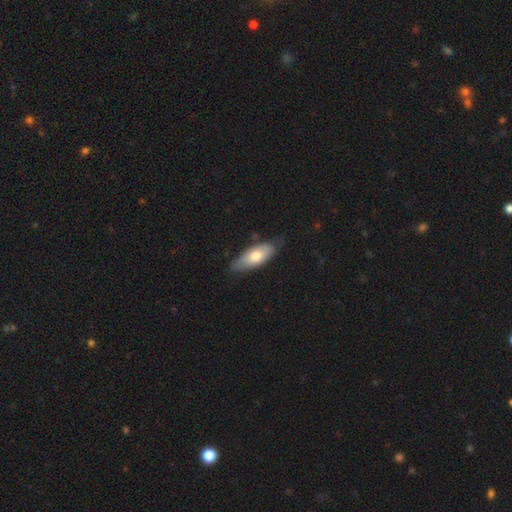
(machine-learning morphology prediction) The model was most divided on "smooth or featured": smooth: 70%, featured or disk: 25%, star or artifact: 6%. More confident: how rounded — in between (79%); merging — none (72%).